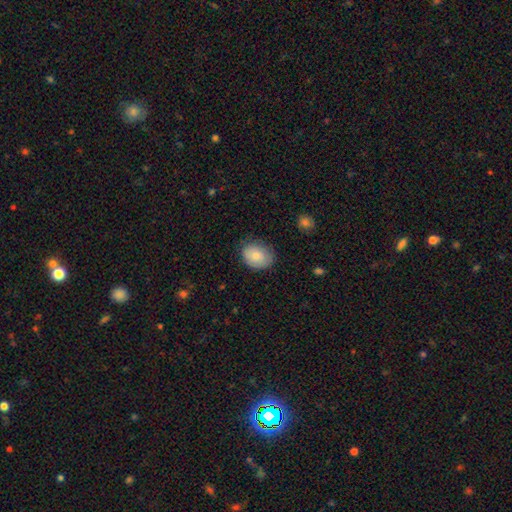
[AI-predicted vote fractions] Morphology: type=smooth (82%); roundness=in between (60%); merging=none (71%).